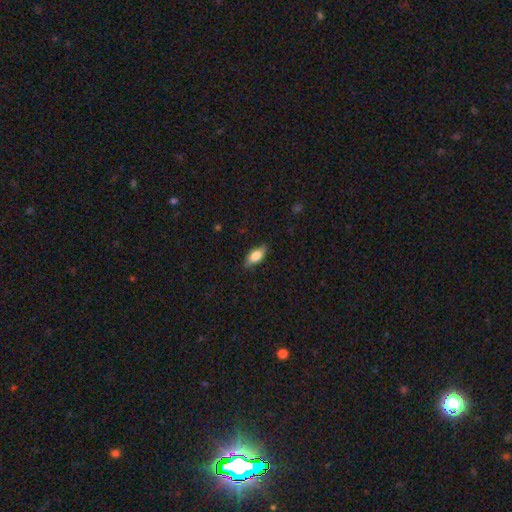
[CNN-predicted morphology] A smooth galaxy with no disk features (76%) that is in between round and cigar-shaped (82%). Merging: none (82%).